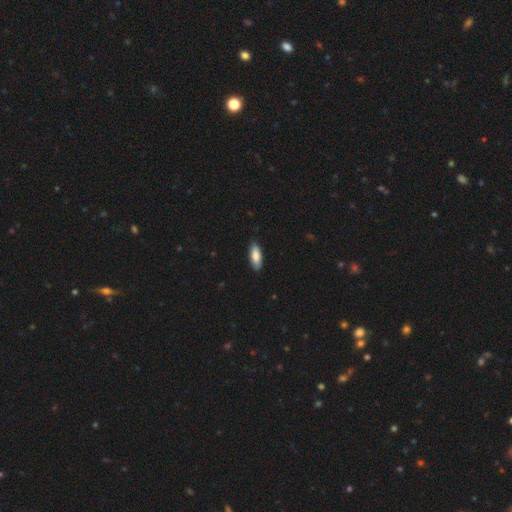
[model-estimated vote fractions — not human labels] A smooth galaxy with no disk features (84%) that is in between round and cigar-shaped (73%).

Vote fractions:
- Smooth or featured? smooth: 84% / featured or disk: 11% / star or artifact: 5%
- How rounded? in between: 73% / cigar-shaped: 26% / round: 2%
- Merging? none: 88% / minor disturbance: 10% / major disturbance: 2% / merger: 1%